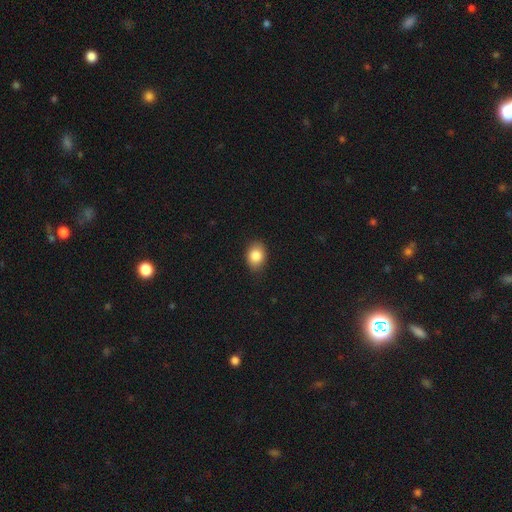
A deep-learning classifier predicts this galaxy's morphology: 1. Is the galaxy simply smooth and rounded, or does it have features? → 85% smooth, 9% star or artifact, 7% featured or disk.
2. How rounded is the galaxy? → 66% in between, 33% round, 1% cigar-shaped.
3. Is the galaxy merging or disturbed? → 83% none, 13% minor disturbance, 2% major disturbance, 1% merger.